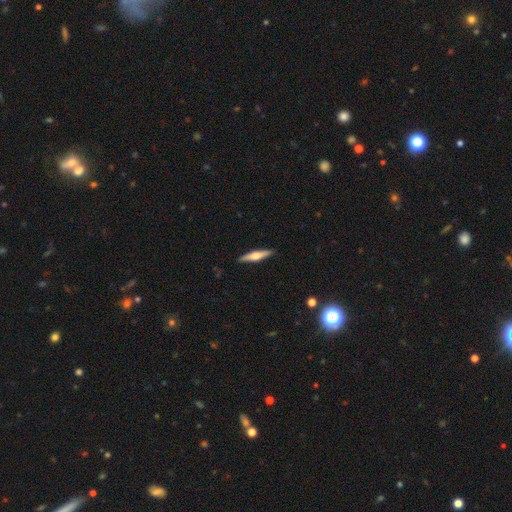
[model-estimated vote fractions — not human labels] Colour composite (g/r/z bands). It shows a featured or disk galaxy (58%) viewed edge-on (96%) with a rounded central bulge (89%). Merging: none (90%).